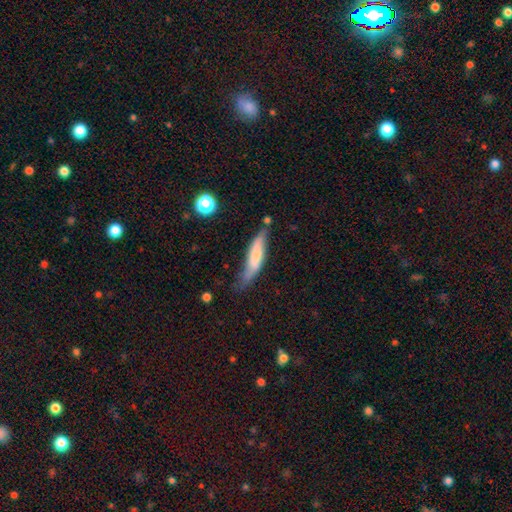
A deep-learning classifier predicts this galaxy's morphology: Smooth or featured? Predicted: smooth (p=0.61). How rounded? Predicted: cigar-shaped (p=0.77). Merging? Predicted: none (p=0.49).